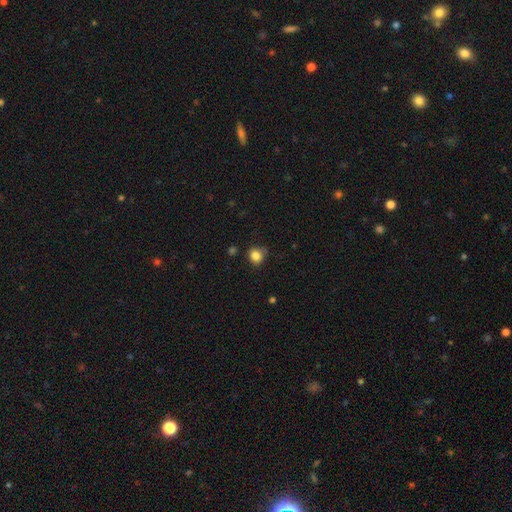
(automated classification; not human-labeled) Smooth or featured?
  - smooth: 84% *
  - star or artifact: 11%
  - featured or disk: 5%
How rounded?
  - round: 79% *
  - in between: 20%
  - cigar-shaped: 1%
Merging?
  - none: 71% *
  - minor disturbance: 22%
  - major disturbance: 5%
  - merger: 3%